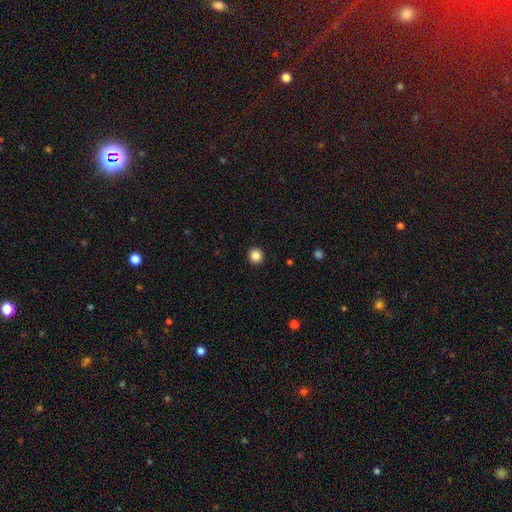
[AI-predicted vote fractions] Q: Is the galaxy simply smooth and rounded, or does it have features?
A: smooth — 86%.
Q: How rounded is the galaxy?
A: round — 94%.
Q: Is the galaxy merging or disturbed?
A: none — 93%.